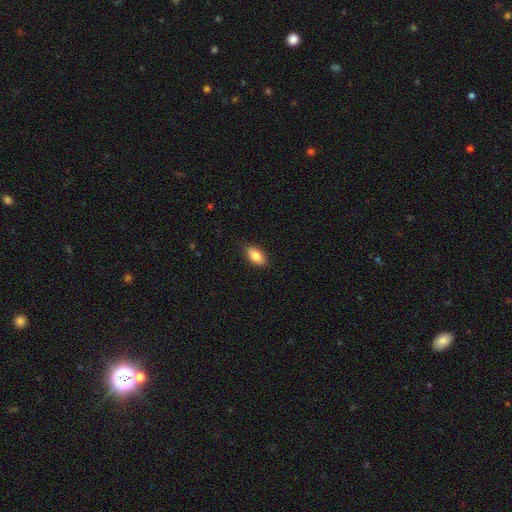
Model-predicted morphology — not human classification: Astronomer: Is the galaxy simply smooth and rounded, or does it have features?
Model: smooth — 84%.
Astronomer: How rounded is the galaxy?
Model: in between — 91%.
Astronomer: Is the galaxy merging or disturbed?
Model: none — 87%.